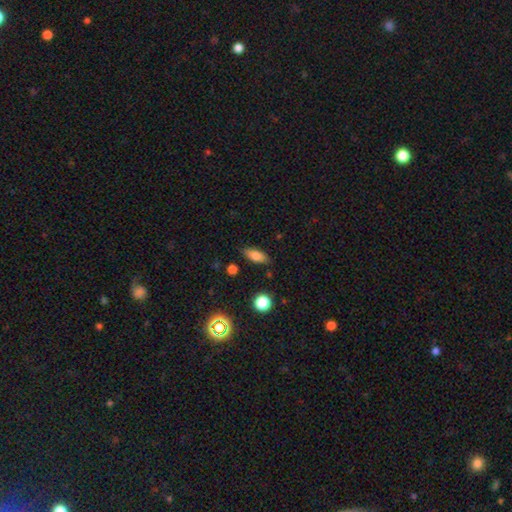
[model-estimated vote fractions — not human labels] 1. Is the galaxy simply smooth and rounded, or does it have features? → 78% smooth, 12% featured or disk, 10% star or artifact.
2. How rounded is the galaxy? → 77% in between, 19% cigar-shaped, 5% round.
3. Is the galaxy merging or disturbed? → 83% none, 12% minor disturbance, 3% major disturbance, 2% merger.